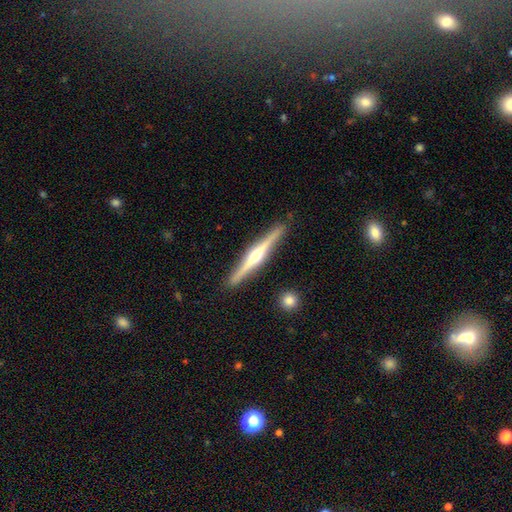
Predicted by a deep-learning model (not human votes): Overall: featured or disk (79%). Edge-on disk: yes (98%). Edge-on bulge: rounded (88%). Merging: none (90%).